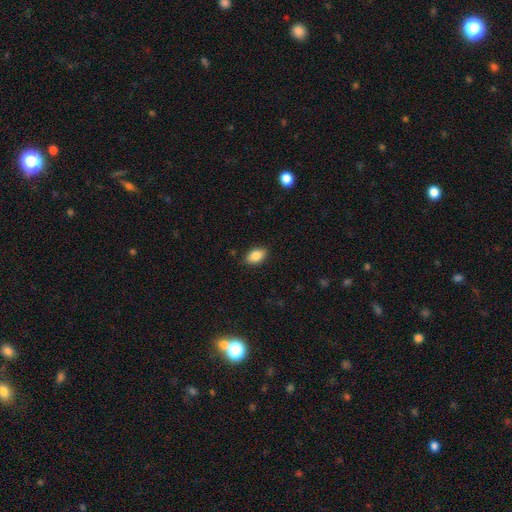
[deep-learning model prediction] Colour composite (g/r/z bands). It shows a smooth galaxy with no disk features (85%) that is in between round and cigar-shaped (89%). Merging: none (86%).